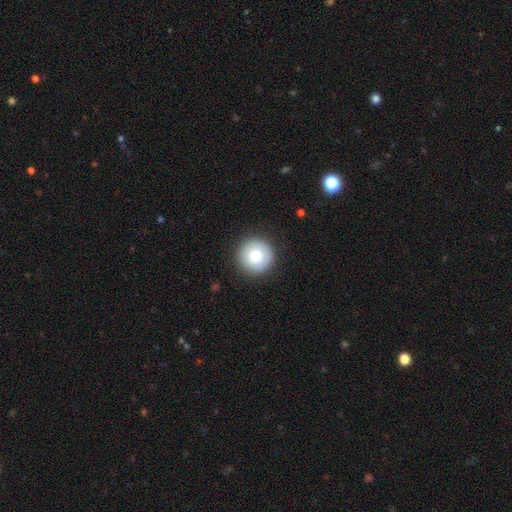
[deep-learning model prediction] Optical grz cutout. It shows a smooth galaxy with no disk features (74%) that is round (96%). Merging: none (91%).